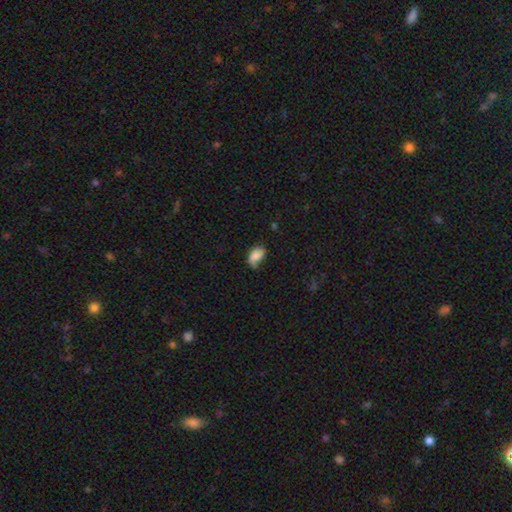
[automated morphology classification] Smooth or featured? Predicted: smooth (p=0.76). How rounded? Predicted: in between (p=0.89). Merging? Predicted: none (p=0.43).